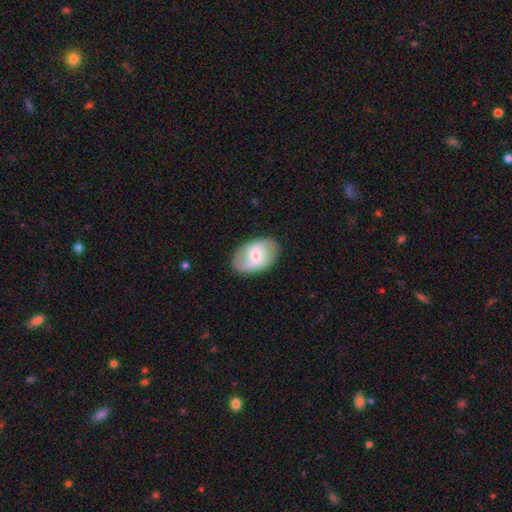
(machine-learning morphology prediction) featured or disk 62%, smooth 32%, star or artifact 6%. Down the decision tree: edge-on disk — no (96%); bar — weak (47%); spiral arms — yes (82%); bulge size — small (48%); merging — none (82%).